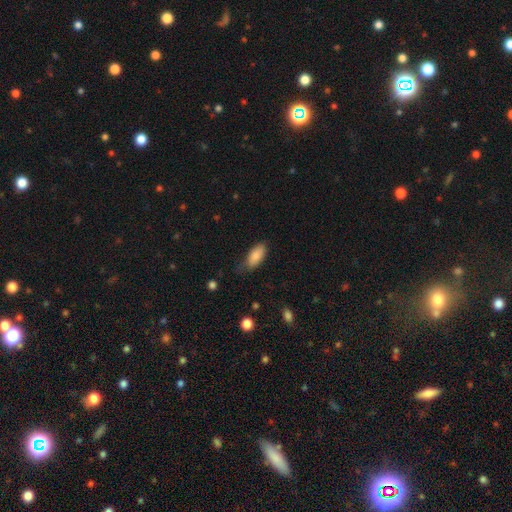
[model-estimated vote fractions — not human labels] Smooth or featured: smooth — 86% (featured or disk — 8%)
How rounded: in between — 86% (cigar-shaped — 11%)
Merging: none — 66% (minor disturbance — 27%)